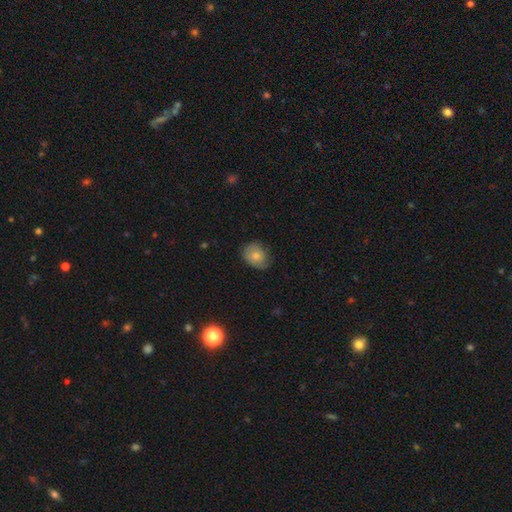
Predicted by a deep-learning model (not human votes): Smooth or featured? smooth (77%)
How rounded? round (50%)
Merging? none (70%)